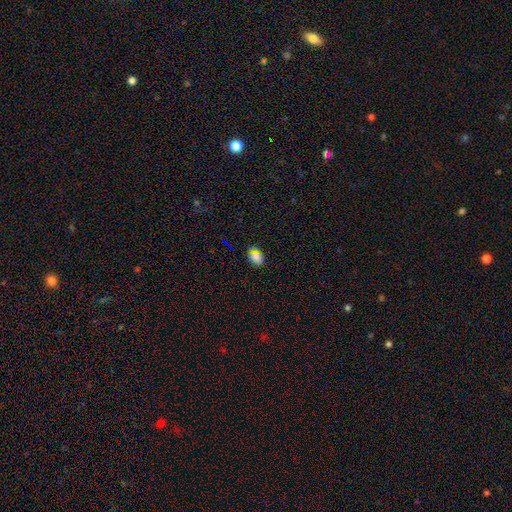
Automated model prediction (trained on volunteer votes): Smooth or featured?
  - smooth: 67% *
  - star or artifact: 25%
  - featured or disk: 8%
How rounded?
  - in between: 66% *
  - round: 32%
  - cigar-shaped: 2%
Merging?
  - none: 76% *
  - minor disturbance: 16%
  - major disturbance: 4%
  - merger: 3%